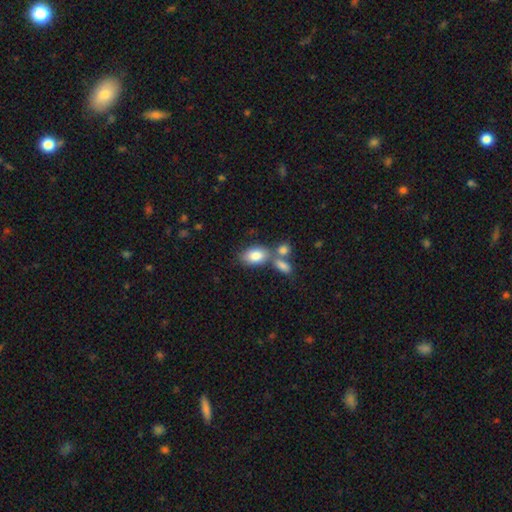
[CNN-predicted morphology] Overall: smooth (83%). How rounded: in between (89%). Merging: none (50%; merger 34%).